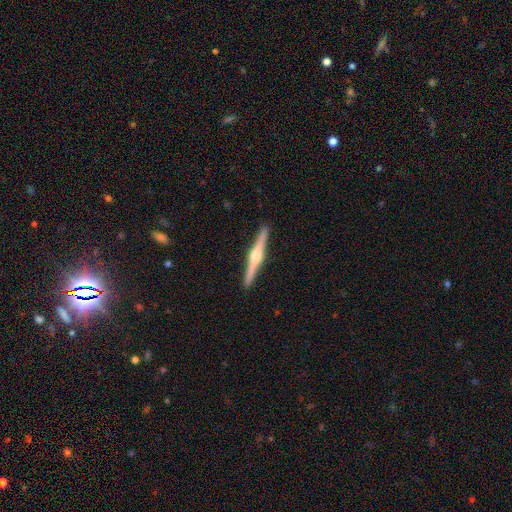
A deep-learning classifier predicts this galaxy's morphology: Q: Smooth or featured?
A: featured or disk (81%); runner-up: smooth (14%)
Q: Edge-on disk?
A: yes (99%); runner-up: no (1%)
Q: Edge-on bulge?
A: rounded (93%); runner-up: boxy (4%)
Q: Merging?
A: none (93%); runner-up: minor disturbance (5%)